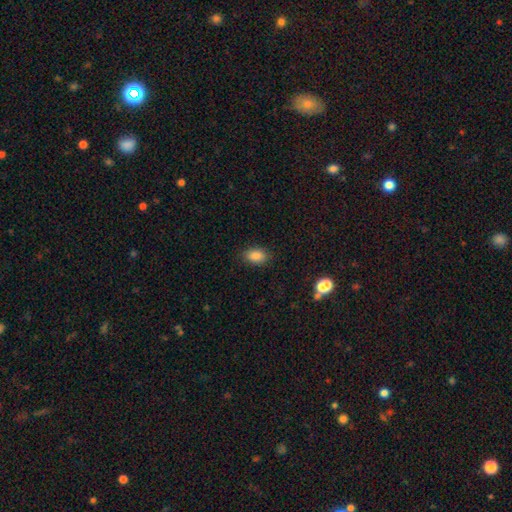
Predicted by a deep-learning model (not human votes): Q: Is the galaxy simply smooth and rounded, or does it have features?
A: smooth — 87%.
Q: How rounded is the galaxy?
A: in between — 84%.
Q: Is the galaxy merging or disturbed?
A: none — 85%.